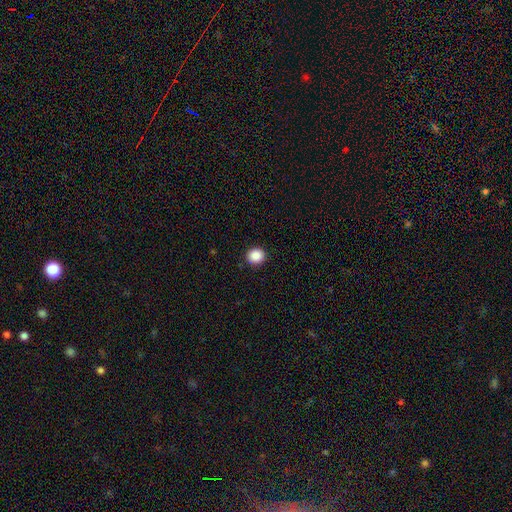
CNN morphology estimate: smooth_or_featured: smooth (p=0.88) [alt: star or artifact p=0.09]
how_rounded: round (p=0.86) [alt: in between p=0.13]
merging: none (p=0.91) [alt: minor disturbance p=0.06]